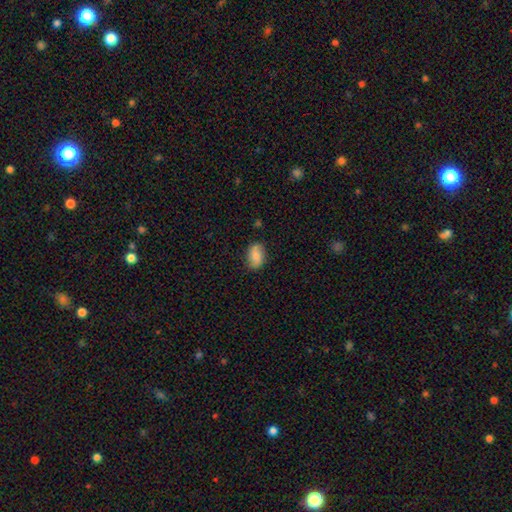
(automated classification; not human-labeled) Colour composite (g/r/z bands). It shows a smooth galaxy with no disk features (74%) that is in between round and cigar-shaped (89%). Merging: none (79%).